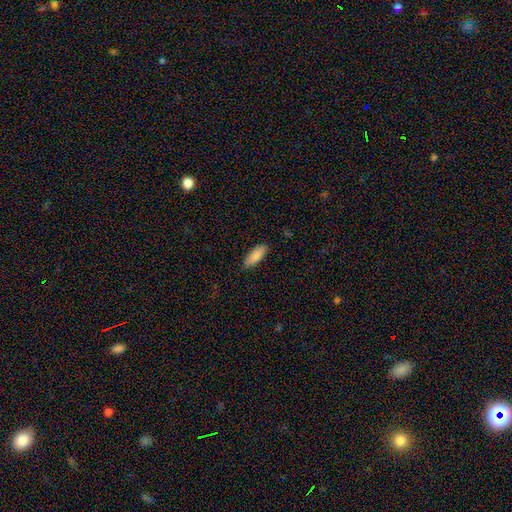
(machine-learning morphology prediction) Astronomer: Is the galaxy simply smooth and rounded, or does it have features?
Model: smooth — 89%.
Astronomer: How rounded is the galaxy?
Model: in between — 65%.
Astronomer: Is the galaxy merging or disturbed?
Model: none — 87%.